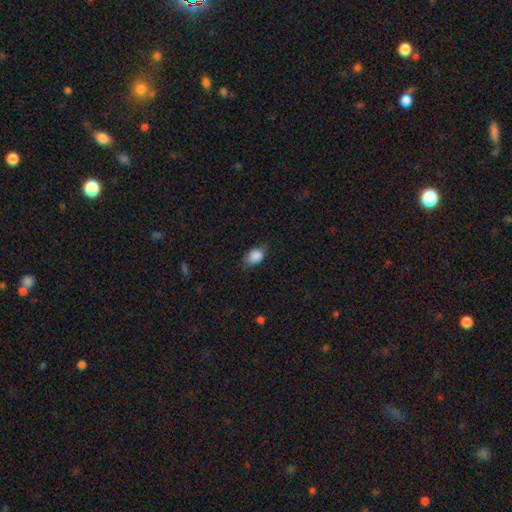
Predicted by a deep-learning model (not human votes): smooth_or_featured: smooth (p=0.88) [alt: star or artifact p=0.08]
how_rounded: in between (p=0.79) [alt: round p=0.20]
merging: none (p=0.70) [alt: minor disturbance p=0.24]